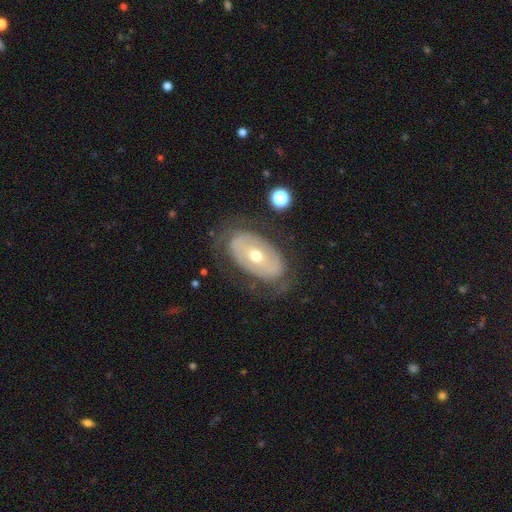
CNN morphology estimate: Smooth or featured? Predicted: featured or disk (p=0.66). Edge-on disk? Predicted: no (p=0.92). Bar? Predicted: no (p=0.60). Spiral arms? Predicted: no (p=0.63). Bulge size? Predicted: moderate (p=0.64). Merging? Predicted: none (p=0.71).